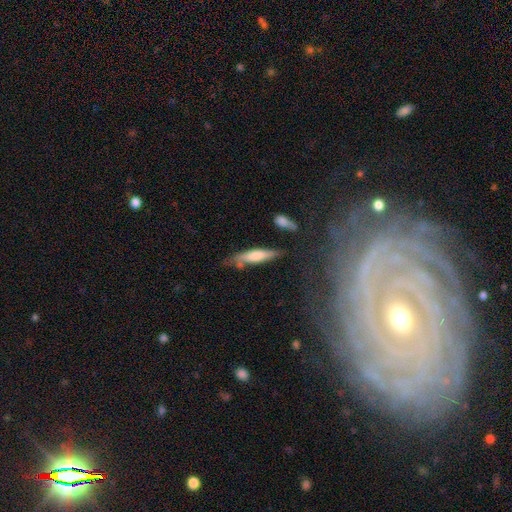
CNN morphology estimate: This is likely a smooth galaxy (64%). How rounded: likely cigar-shaped (79%). Merging: possibly none (56%).